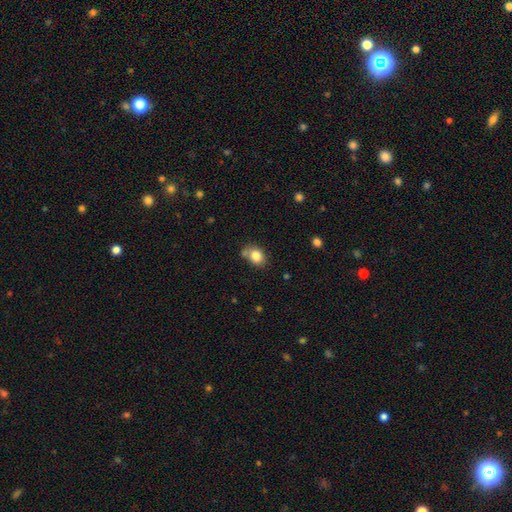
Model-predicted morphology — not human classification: type=smooth (82%); roundness=in between (58%); merging=none (60%).